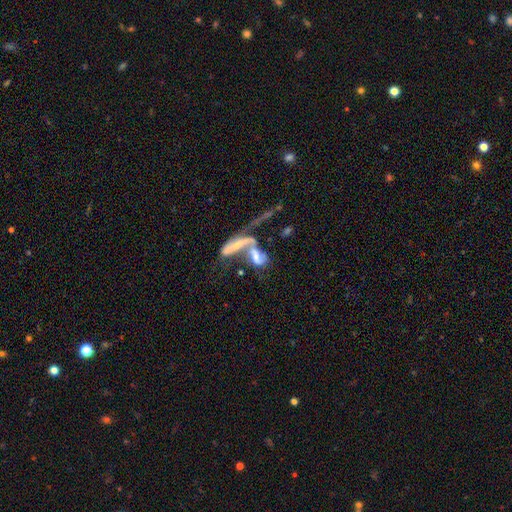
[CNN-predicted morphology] type=featured or disk (59%); edge-on=no (82%); merging=merger (71%).